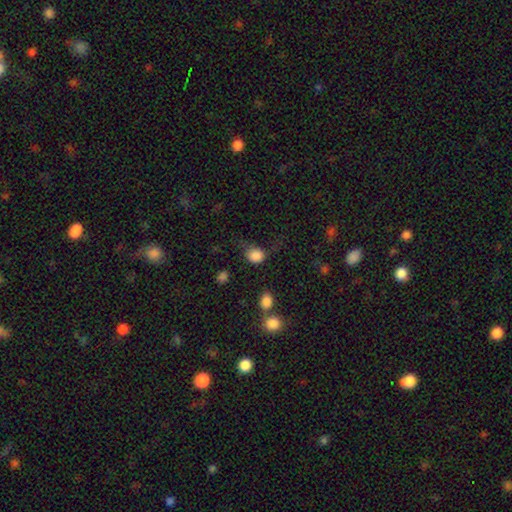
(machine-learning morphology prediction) smooth_or_featured: smooth (p=0.84) [alt: star or artifact p=0.10]
how_rounded: round (p=0.69) [alt: in between p=0.30]
merging: none (p=0.47) [alt: minor disturbance p=0.30]